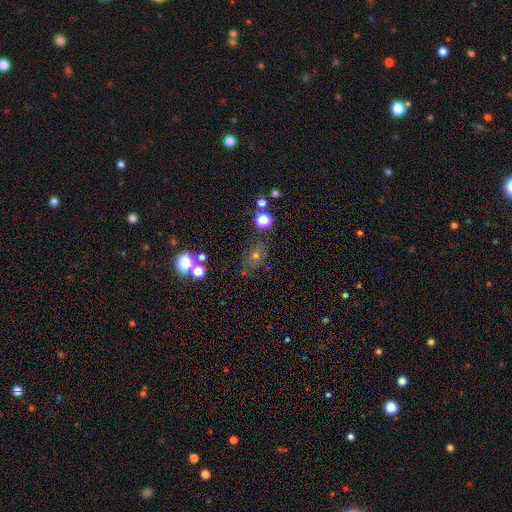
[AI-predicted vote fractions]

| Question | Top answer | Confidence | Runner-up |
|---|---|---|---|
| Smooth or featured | smooth | 49% | star or artifact (33%) |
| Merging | none | 74% | minor disturbance (15%) |